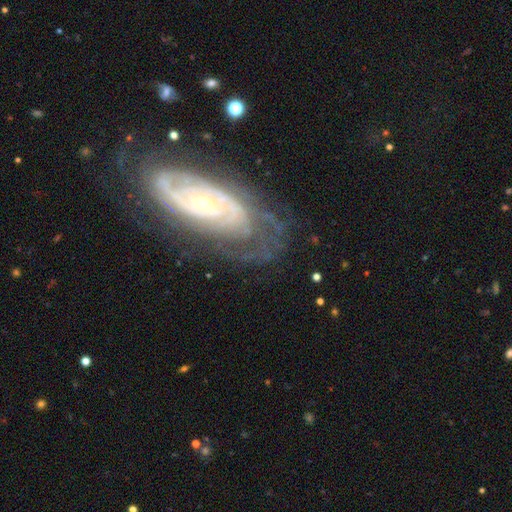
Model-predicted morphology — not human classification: A featured or disk galaxy (83%) with no bar (70%), 2 (40%) tight (70%) spiral arms (93%) and a small central bulge (75%). Merging: none (76%).